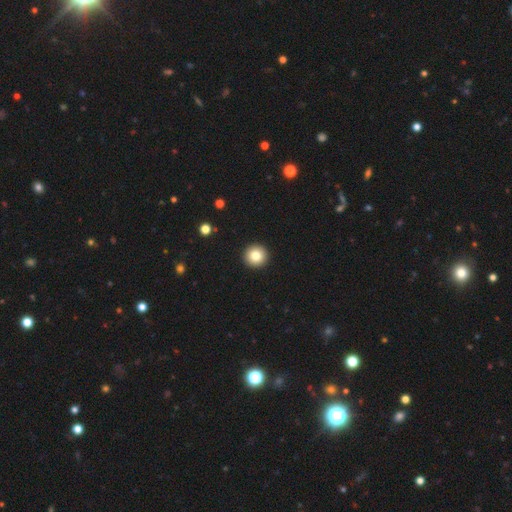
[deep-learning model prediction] A smooth galaxy with no disk features (82%) that is round (96%).

Vote fractions:
- Smooth or featured? smooth: 82% / star or artifact: 10% / featured or disk: 9%
- How rounded? round: 96% / in between: 3% / cigar-shaped: 1%
- Merging? none: 94% / minor disturbance: 4% / major disturbance: 1% / merger: 1%